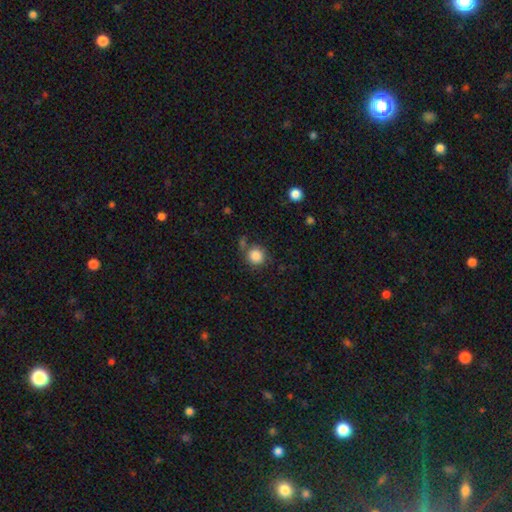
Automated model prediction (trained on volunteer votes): smooth 86%, star or artifact 10%, featured or disk 5%. Down the decision tree: how rounded — round (92%); merging — none (74%).